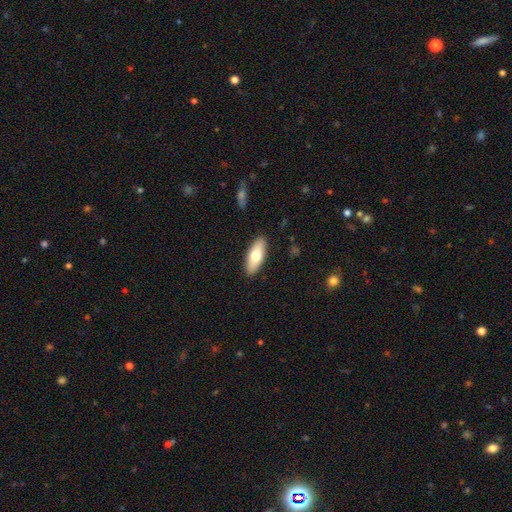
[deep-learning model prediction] smooth_or_featured: smooth (p=0.70) [alt: featured or disk p=0.24]
how_rounded: in between (p=0.75) [alt: cigar-shaped p=0.23]
merging: none (p=0.89) [alt: minor disturbance p=0.08]